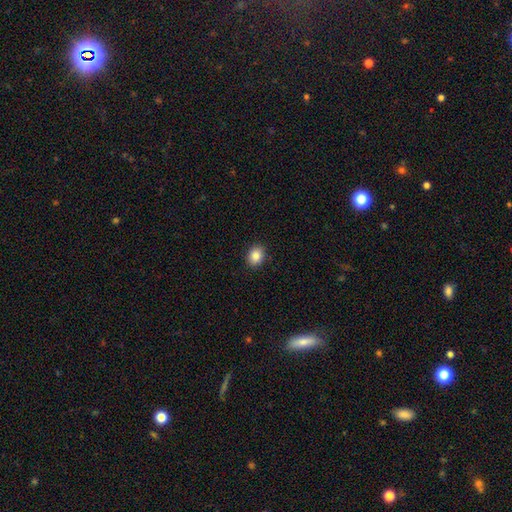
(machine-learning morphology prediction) type=smooth (86%); roundness=in between (56%); merging=none (90%).